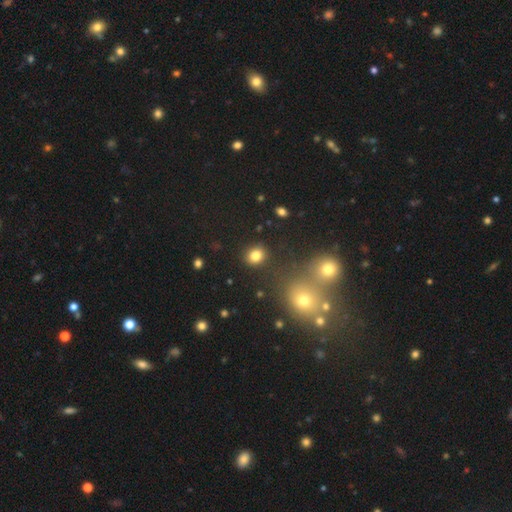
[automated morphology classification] A smooth galaxy with no disk features (82%) that is round (70%).

Vote fractions:
- Smooth or featured? smooth: 82% / star or artifact: 12% / featured or disk: 6%
- How rounded? round: 70% / in between: 29% / cigar-shaped: 1%
- Merging? none: 86% / minor disturbance: 8% / merger: 3% / major disturbance: 3%